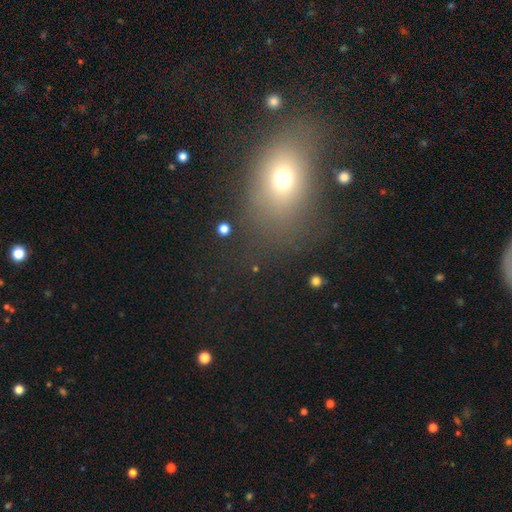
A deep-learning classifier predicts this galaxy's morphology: Q: Smooth or featured?
A: smooth (60%); runner-up: star or artifact (26%)
Q: How rounded?
A: in between (65%); runner-up: round (33%)
Q: Merging?
A: none (75%); runner-up: minor disturbance (14%)